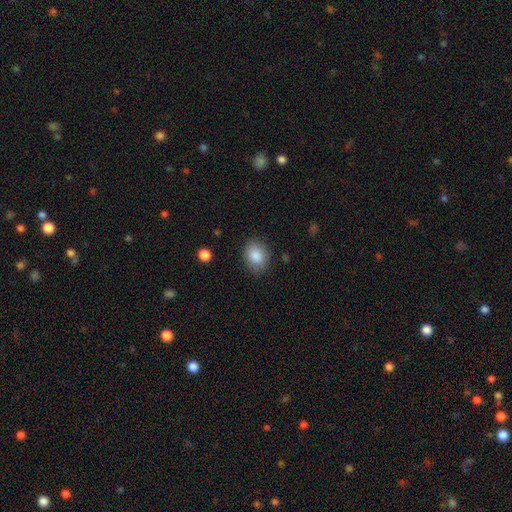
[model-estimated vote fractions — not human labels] This appears to be a smooth galaxy with no disk features (86%) that is in between round and cigar-shaped (56%). Merging: none (84%).